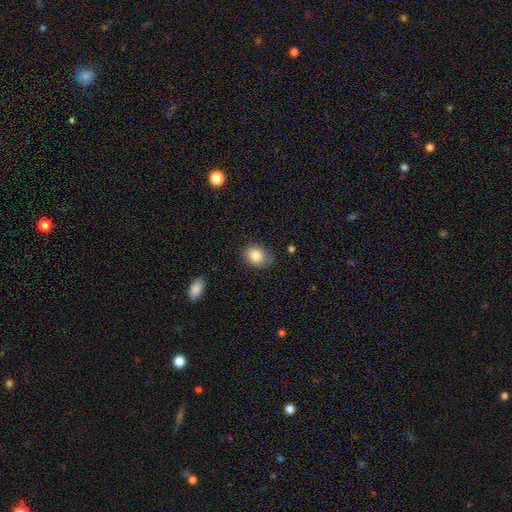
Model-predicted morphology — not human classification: Overall: smooth (85%). How rounded: round (51%; in between 48%). Merging: none (80%).